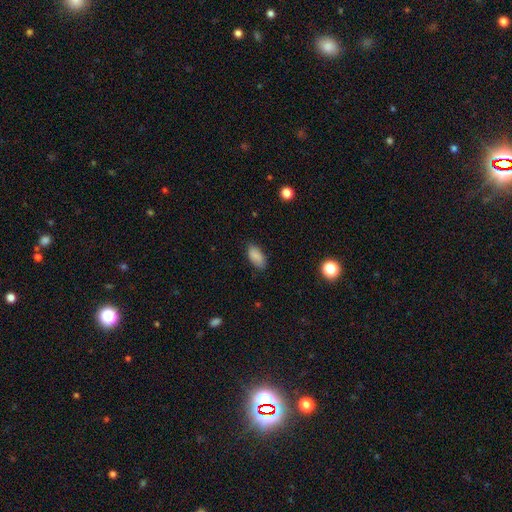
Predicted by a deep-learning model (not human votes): smooth 87%, star or artifact 8%, featured or disk 5%. Down the decision tree: how rounded — in between (92%); merging — none (82%).